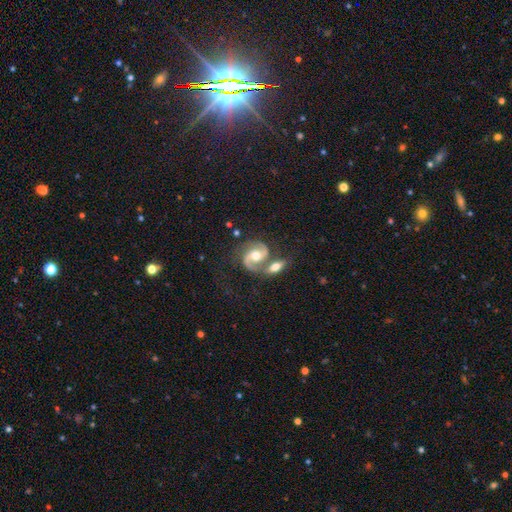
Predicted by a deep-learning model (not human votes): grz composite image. It shows a featured or disk galaxy (88%) with no bar (50%), 2 (92%) medium (60%) spiral arms (97%) and a moderate central bulge (73%). Merging: none (44%).